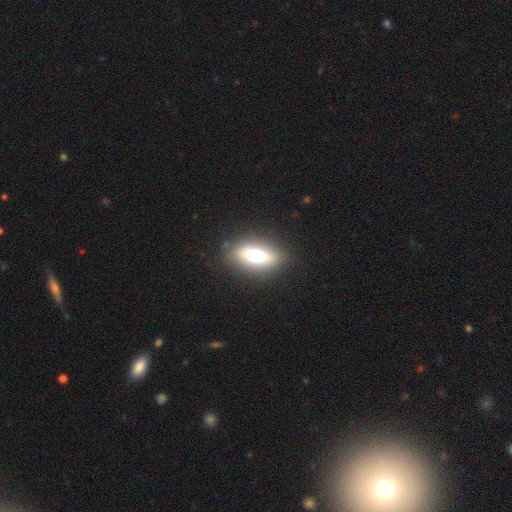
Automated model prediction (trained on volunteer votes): Overall: smooth (63%; featured or disk 28%). How rounded: in between (77%). Merging: none (86%).